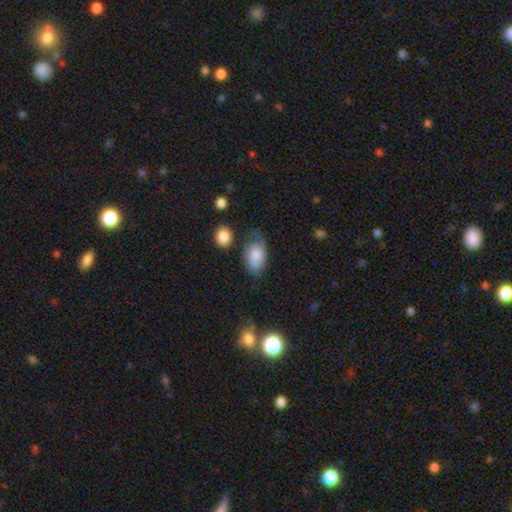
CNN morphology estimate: A smooth galaxy with no disk features (65%) that is in between round and cigar-shaped (89%).

Vote fractions:
- Smooth or featured? smooth: 65% / featured or disk: 27% / star or artifact: 8%
- How rounded? in between: 89% / round: 9% / cigar-shaped: 1%
- Merging? none: 42% / minor disturbance: 33% / major disturbance: 20% / merger: 5%